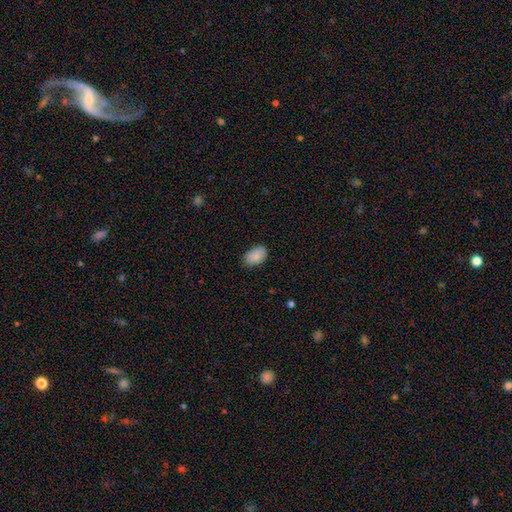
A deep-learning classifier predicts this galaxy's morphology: smooth 85%, star or artifact 7%, featured or disk 7%. Down the decision tree: how rounded — in between (89%); merging — none (81%).